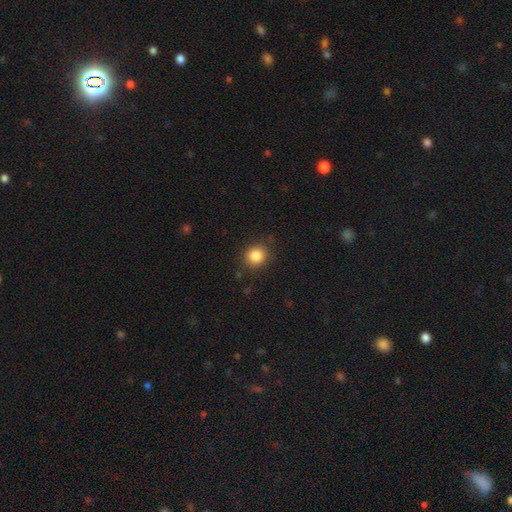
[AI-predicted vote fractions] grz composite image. It shows a smooth galaxy with no disk features (86%) that is round (85%). Merging: none (87%).